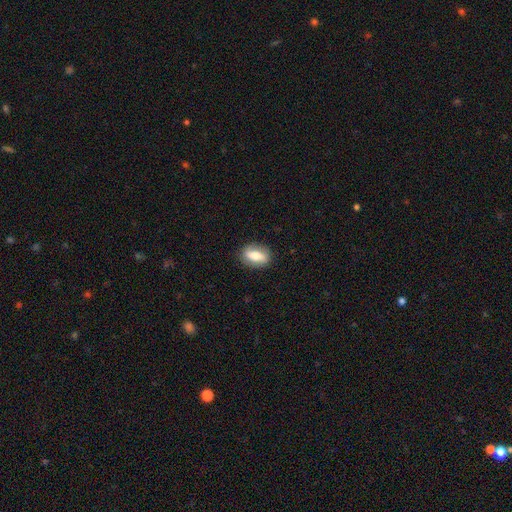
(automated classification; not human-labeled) Overall: smooth (60%; featured or disk 33%). How rounded: in between (78%). Merging: none (85%).